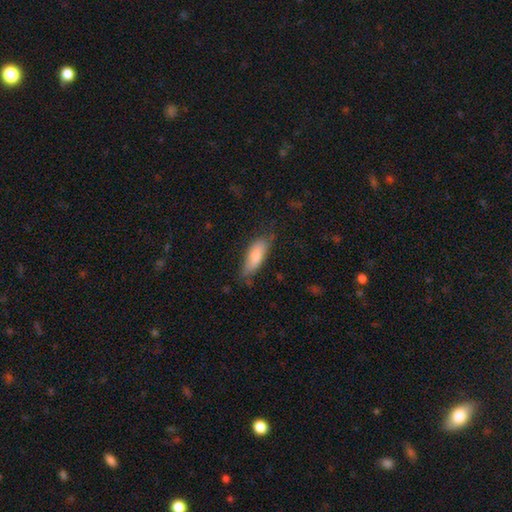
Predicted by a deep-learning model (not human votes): A smooth galaxy with no disk features (82%) that is in between round and cigar-shaped (69%).

Vote fractions:
- Smooth or featured? smooth: 82% / featured or disk: 12% / star or artifact: 6%
- How rounded? in between: 69% / cigar-shaped: 29% / round: 2%
- Merging? none: 65% / minor disturbance: 26% / major disturbance: 7% / merger: 2%